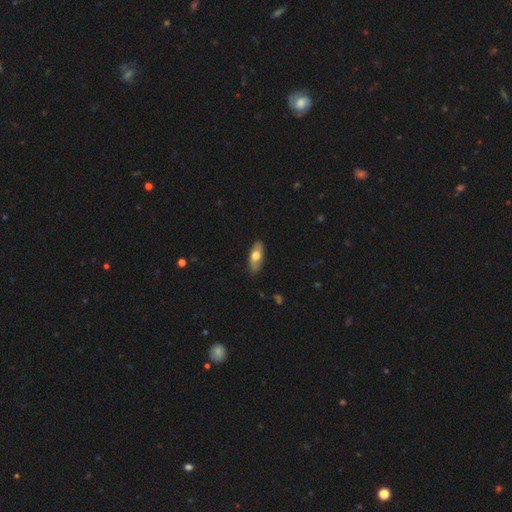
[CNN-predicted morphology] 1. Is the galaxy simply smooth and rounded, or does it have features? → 66% smooth, 29% featured or disk, 6% star or artifact.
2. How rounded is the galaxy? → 81% in between, 16% cigar-shaped, 3% round.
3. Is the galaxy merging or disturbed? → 86% none, 11% minor disturbance, 2% major disturbance, 1% merger.